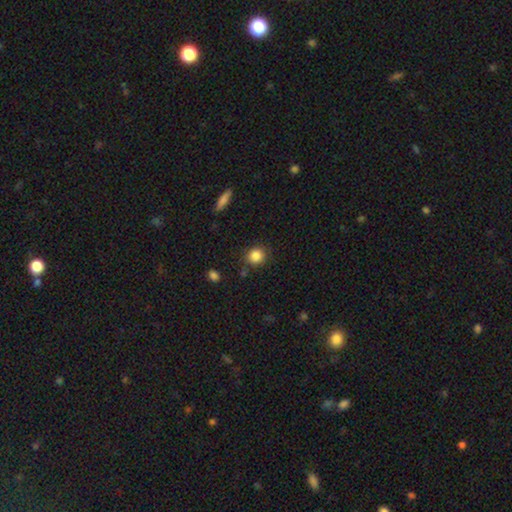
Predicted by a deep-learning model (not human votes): A smooth galaxy with no disk features (87%) that is round (87%).

Vote fractions:
- Smooth or featured? smooth: 87% / star or artifact: 9% / featured or disk: 4%
- How rounded? round: 87% / in between: 12% / cigar-shaped: 1%
- Merging? none: 84% / minor disturbance: 10% / merger: 3% / major disturbance: 3%